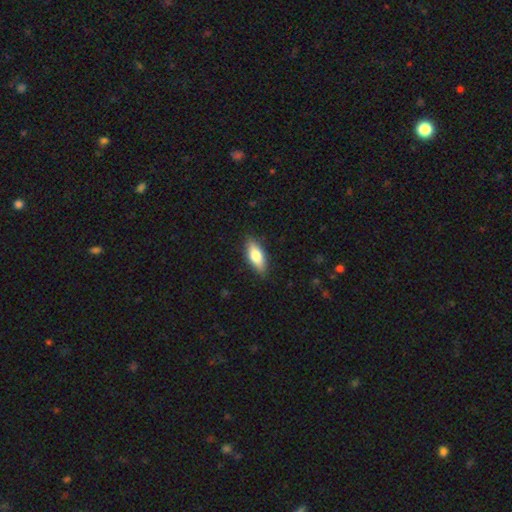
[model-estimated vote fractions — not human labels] This is likely a smooth galaxy (72%). How rounded: likely in between (73%). Merging: clearly none (86%).